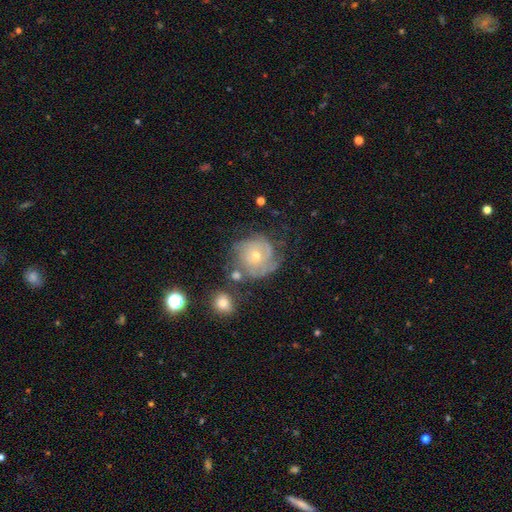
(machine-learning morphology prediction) featured or disk 73%, smooth 18%, star or artifact 9%. Down the decision tree: edge-on disk — no (97%); bar — no (78%); spiral arms — yes (88%); spiral arm count — can't tell (44%); spiral winding — tight (70%); bulge size — small (52%); merging — none (59%).